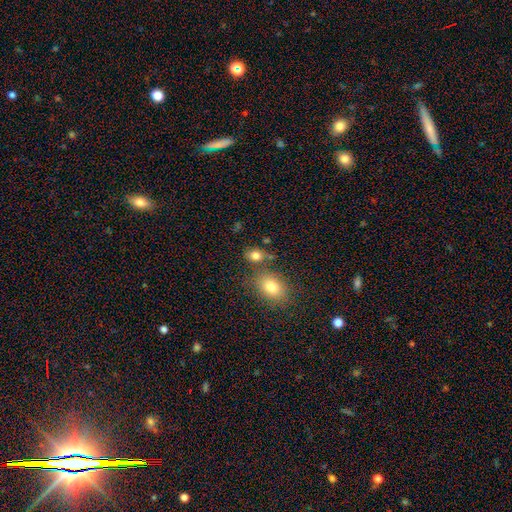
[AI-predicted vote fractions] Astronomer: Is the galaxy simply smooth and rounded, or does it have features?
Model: smooth — 81%.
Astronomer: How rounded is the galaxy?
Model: in between — 69%.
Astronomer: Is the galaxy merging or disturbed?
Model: none — 64%.